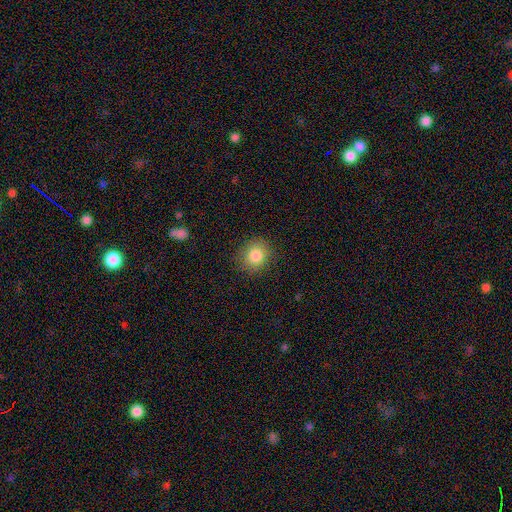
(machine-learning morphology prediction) Overall: smooth (84%). How rounded: round (78%). Merging: none (86%).